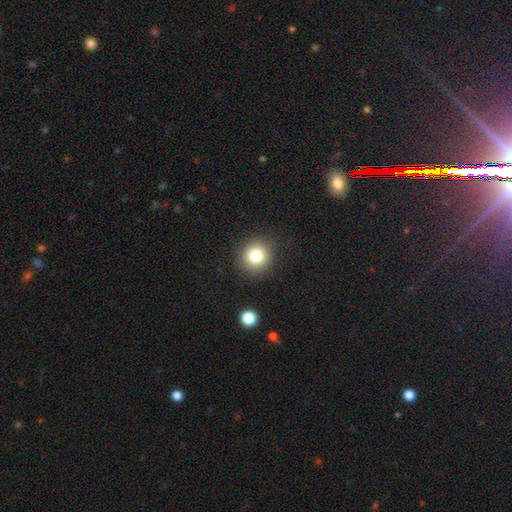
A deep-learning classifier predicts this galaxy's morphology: A smooth galaxy with no disk features (81%) that is round (91%). Merging: none (89%).